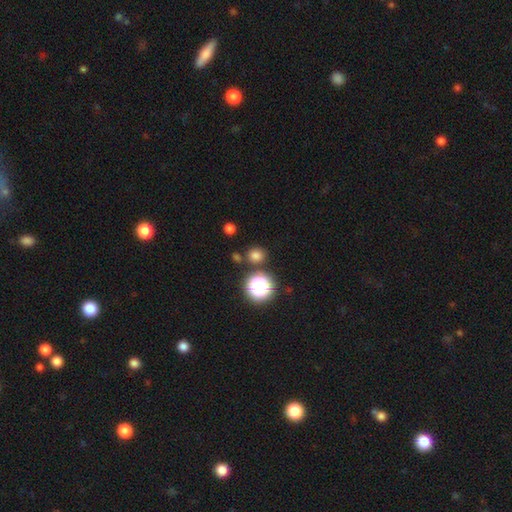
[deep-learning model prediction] Smooth or featured? smooth (73%)
How rounded? round (84%)
Merging? none (83%)